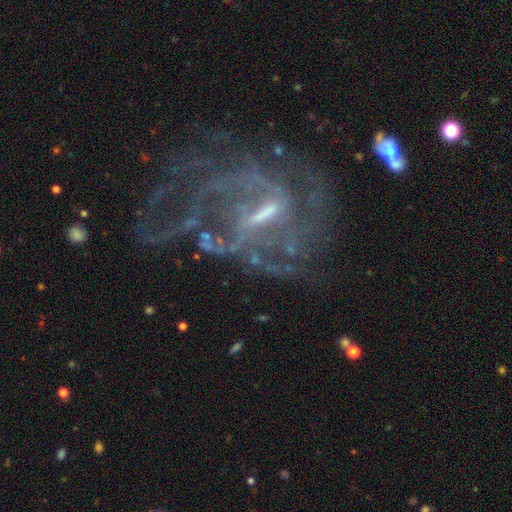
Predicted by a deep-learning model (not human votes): This is clearly a featured or disk galaxy (86%). It is clearly not viewed edge-on (96%). Bar: possibly weak (47%). Spiral arm pattern: clearly yes (89%). Spiral arm count: marginally can't tell (38%). Spiral winding: marginally medium (43%). Central bulge: marginally small (43%). Merging: possibly none (50%).